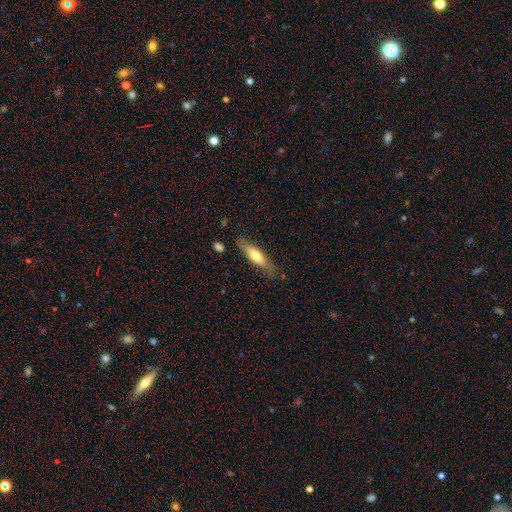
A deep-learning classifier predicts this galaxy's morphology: Q: Smooth or featured?
A: smooth (61%); runner-up: featured or disk (33%)
Q: How rounded?
A: cigar-shaped (63%); runner-up: in between (35%)
Q: Merging?
A: none (73%); runner-up: minor disturbance (19%)